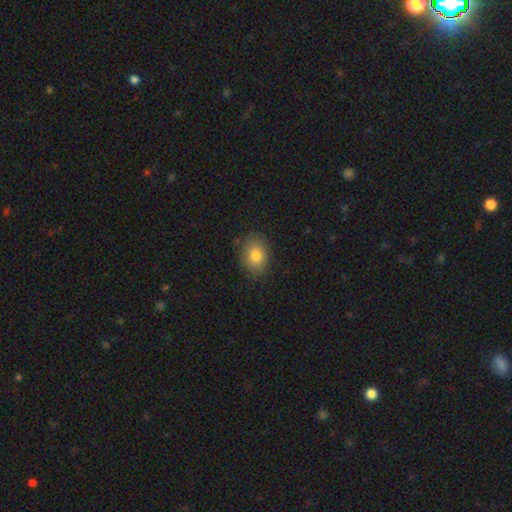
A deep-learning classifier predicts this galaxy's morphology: smooth_or_featured: smooth (p=0.81) [alt: featured or disk p=0.09]
how_rounded: in between (p=0.63) [alt: round p=0.36]
merging: none (p=0.83) [alt: minor disturbance p=0.13]